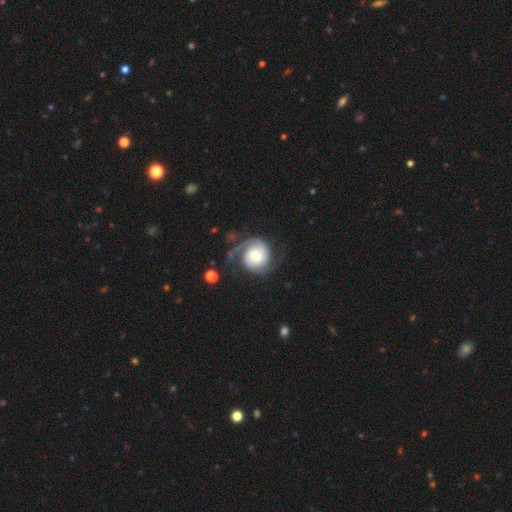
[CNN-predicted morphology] type=featured or disk (73%); edge-on=no (98%); bar=no (67%); spiral arms=yes (94%); winding=medium (39%); arm count=2 (63%); bulge=moderate (44%); merging=none (54%).